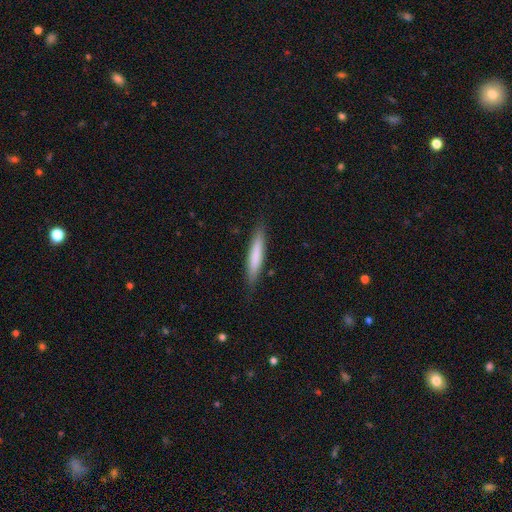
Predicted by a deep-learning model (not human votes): A smooth galaxy with no disk features (72%) that is cigar-shaped (92%). Merging: none (87%).